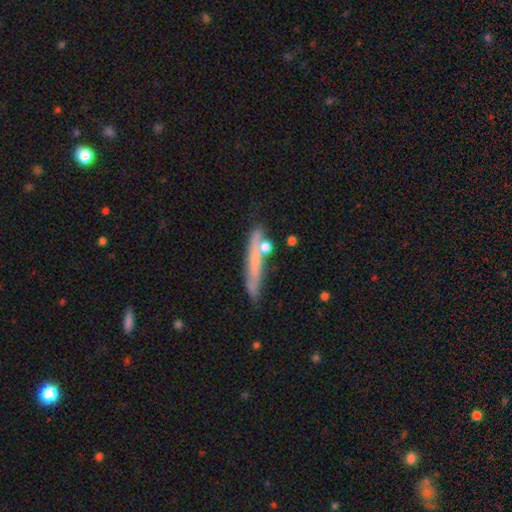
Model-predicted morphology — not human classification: This appears to be a smooth galaxy with no disk features (46%). Merging: none (67%).